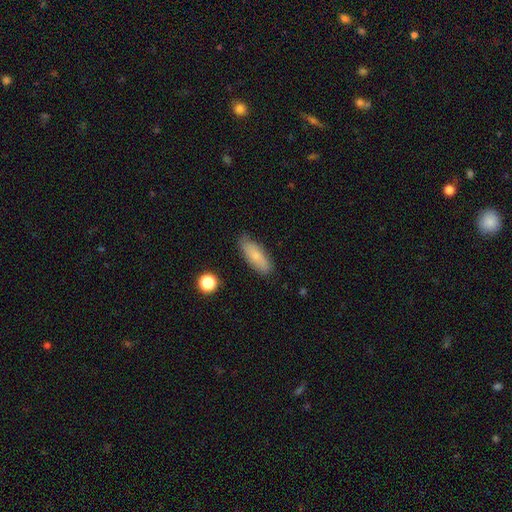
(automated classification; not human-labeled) This appears to be a smooth galaxy with no disk features (76%) that is in between round and cigar-shaped (68%). Merging: none (82%).